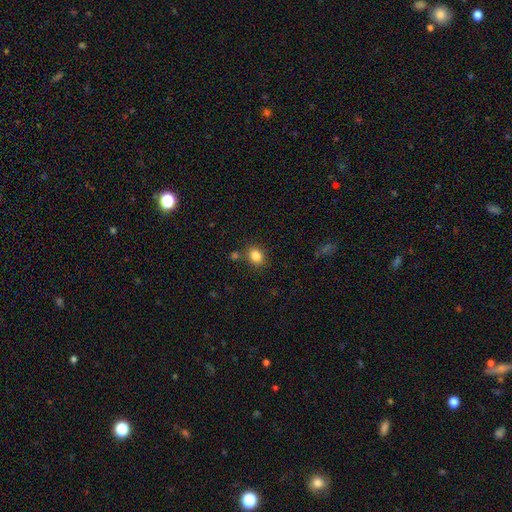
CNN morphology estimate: type=smooth (84%); roundness=in between (52%); merging=none (78%).